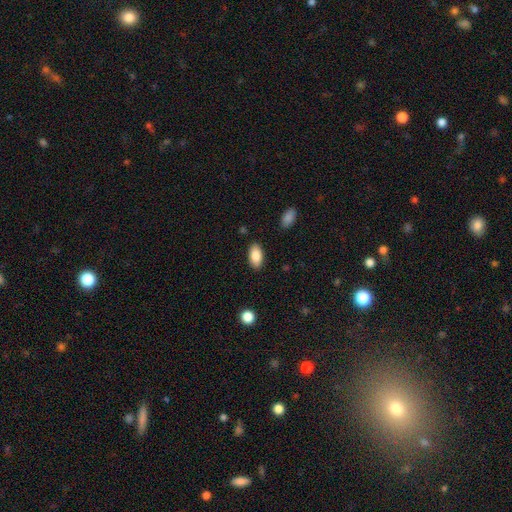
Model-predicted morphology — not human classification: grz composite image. It shows a smooth galaxy with no disk features (86%) that is in between round and cigar-shaped (94%). Merging: none (87%).